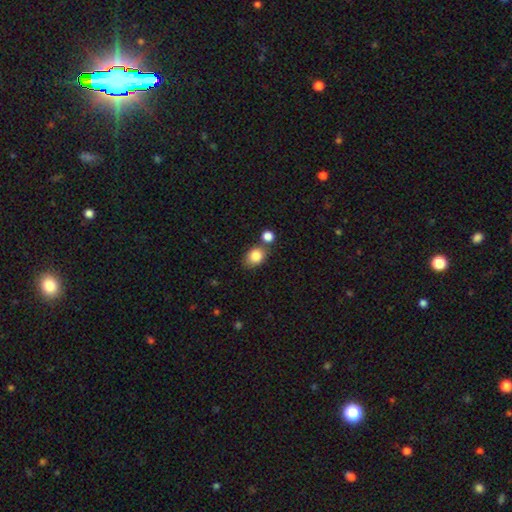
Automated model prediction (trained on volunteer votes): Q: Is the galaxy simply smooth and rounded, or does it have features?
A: smooth — 85%.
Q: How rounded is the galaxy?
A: in between — 62%.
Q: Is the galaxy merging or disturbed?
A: none — 61%.